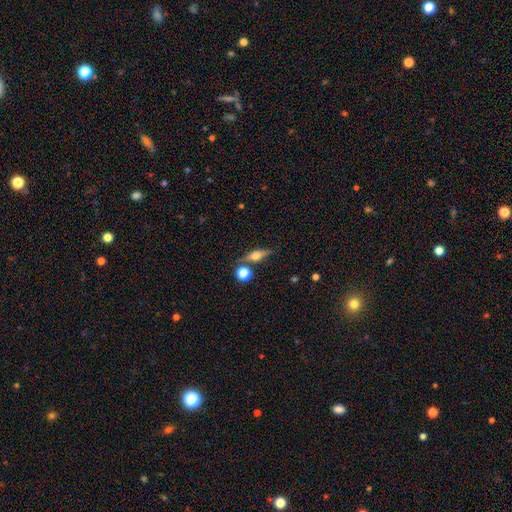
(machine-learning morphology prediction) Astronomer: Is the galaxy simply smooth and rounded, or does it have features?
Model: featured or disk — 54% (runner-up: smooth, 37%).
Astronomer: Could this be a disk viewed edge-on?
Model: yes — 91%.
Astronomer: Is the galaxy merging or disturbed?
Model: none — 75%.